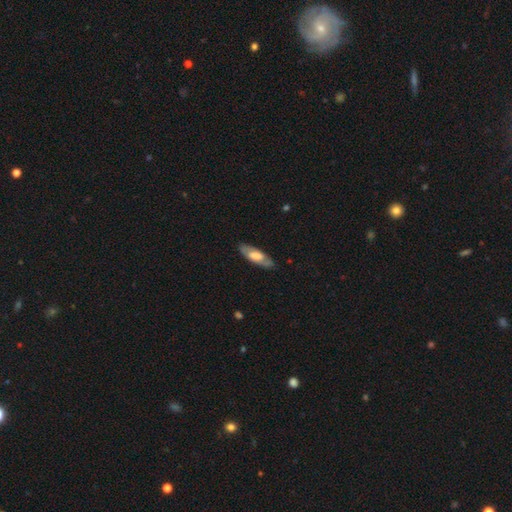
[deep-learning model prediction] A featured or disk galaxy (48%). Merging: none (81%).